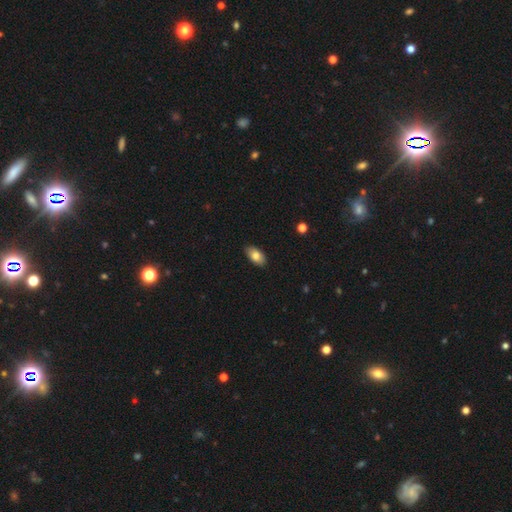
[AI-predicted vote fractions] A smooth galaxy with no disk features (81%) that is in between round and cigar-shaped (93%).

Vote fractions:
- Smooth or featured? smooth: 81% / featured or disk: 12% / star or artifact: 7%
- How rounded? in between: 93% / round: 4% / cigar-shaped: 3%
- Merging? none: 87% / minor disturbance: 10% / major disturbance: 2% / merger: 1%